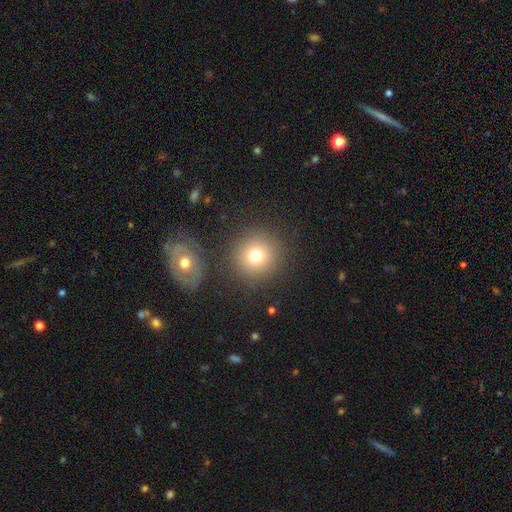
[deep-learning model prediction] Smooth or featured: smooth — 75% (star or artifact — 14%)
How rounded: round — 93% (in between — 6%)
Merging: none — 83% (minor disturbance — 7%)